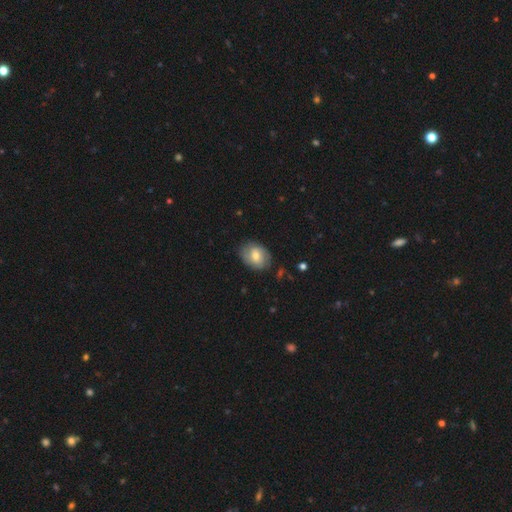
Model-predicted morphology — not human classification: The model was most divided on "smooth or featured": smooth: 53%, featured or disk: 39%, star or artifact: 7%. More confident: merging — none (77%); how rounded — in between (67%).